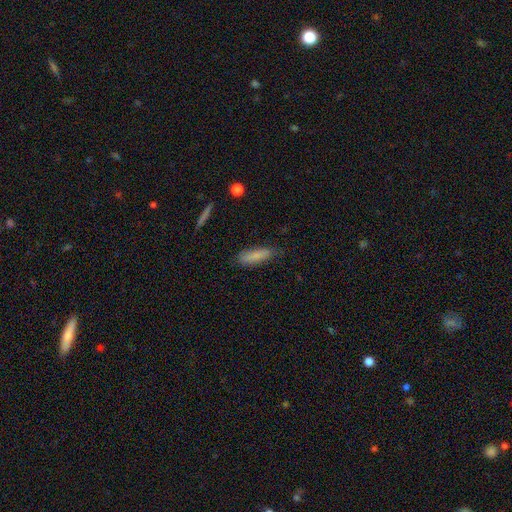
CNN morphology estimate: The model was most divided on "how rounded": cigar-shaped: 56%, in between: 42%, round: 2%. More confident: smooth or featured — smooth (84%); merging — none (75%).